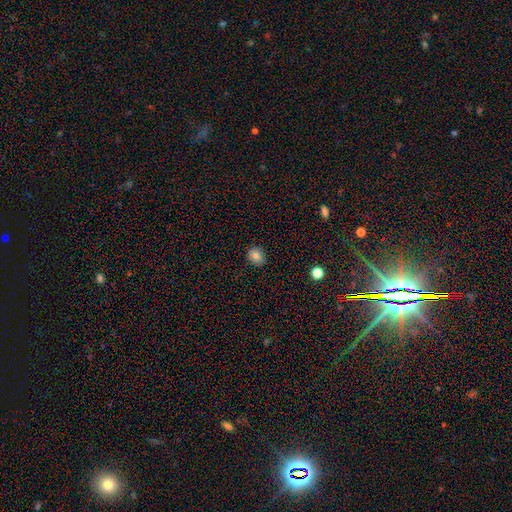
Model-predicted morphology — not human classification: Q: Smooth or featured?
A: smooth (80%); runner-up: star or artifact (11%)
Q: How rounded?
A: round (69%); runner-up: in between (30%)
Q: Merging?
A: none (88%); runner-up: minor disturbance (9%)